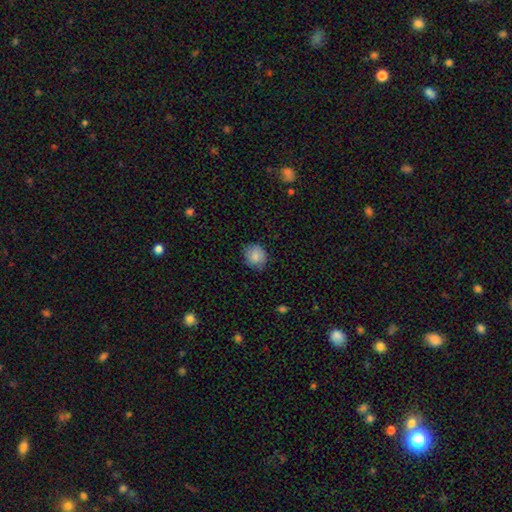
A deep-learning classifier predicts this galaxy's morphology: Smooth or featured?
  - smooth: 85% *
  - featured or disk: 8%
  - star or artifact: 8%
How rounded?
  - round: 73% *
  - in between: 26%
  - cigar-shaped: 1%
Merging?
  - none: 76% *
  - minor disturbance: 19%
  - major disturbance: 4%
  - merger: 1%